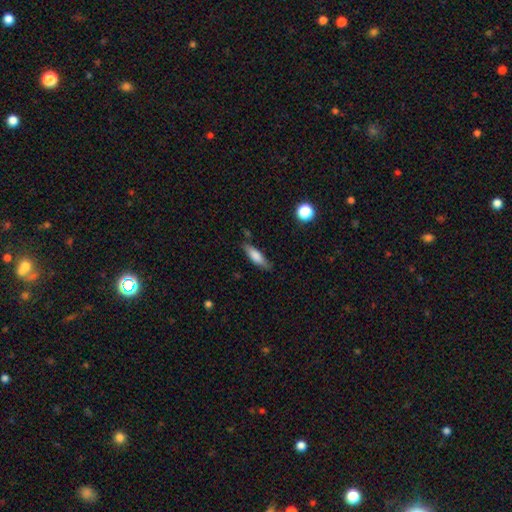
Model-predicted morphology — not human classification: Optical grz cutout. It shows a smooth galaxy with no disk features (73%) that is cigar-shaped (55%). Merging: none (76%).